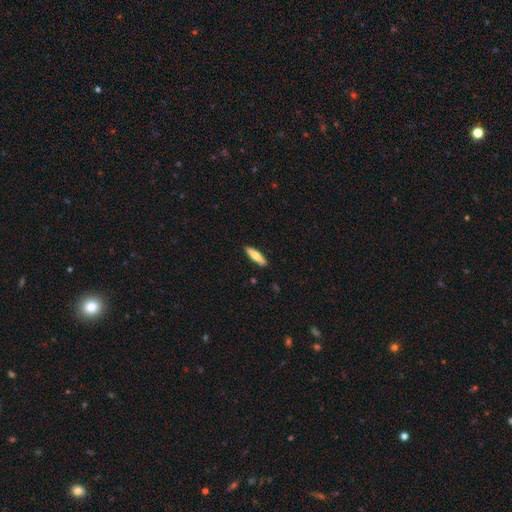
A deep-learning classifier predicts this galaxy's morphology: type=smooth (67%); roundness=cigar-shaped (70%); merging=none (89%).